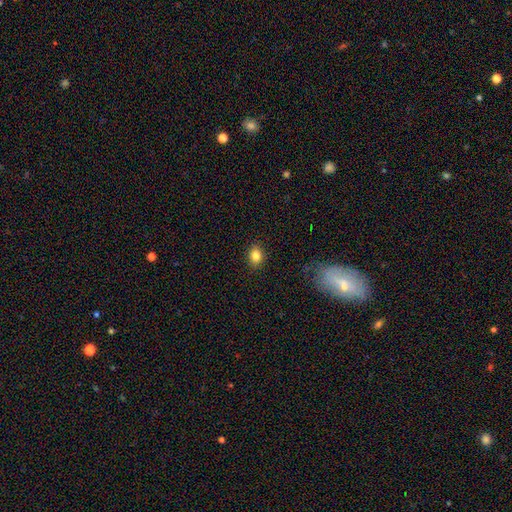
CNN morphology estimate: smooth 83%, star or artifact 10%, featured or disk 7%. Down the decision tree: how rounded — in between (66%); merging — none (89%).